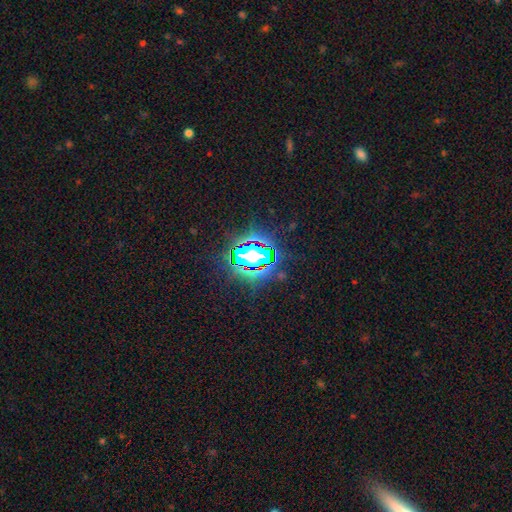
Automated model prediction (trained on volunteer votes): Smooth or featured? Predicted: star or artifact (p=0.82).